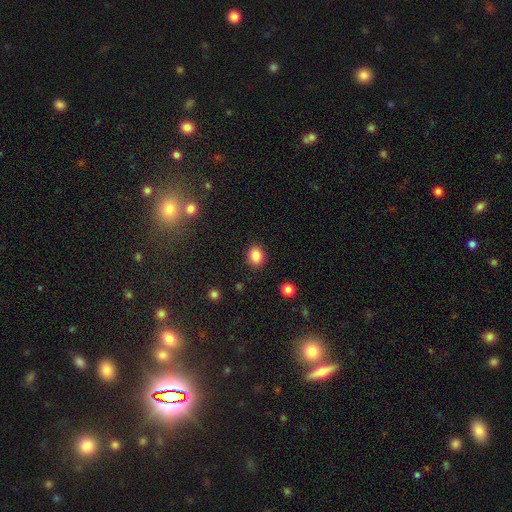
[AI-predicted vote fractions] A smooth galaxy with no disk features (85%) that is round (62%). Merging: none (89%).